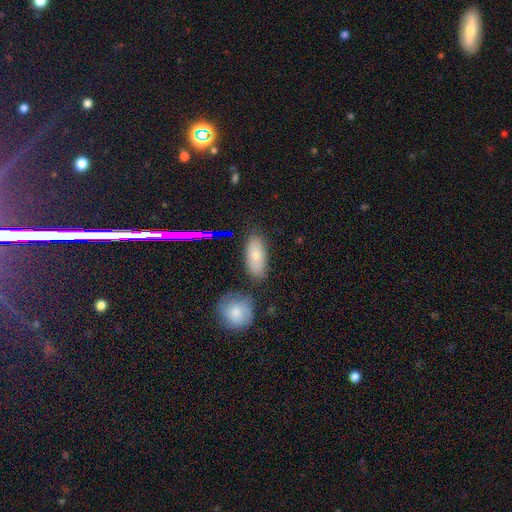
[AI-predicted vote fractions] smooth 74%, featured or disk 15%, star or artifact 11%. Down the decision tree: how rounded — in between (84%); merging — none (77%).